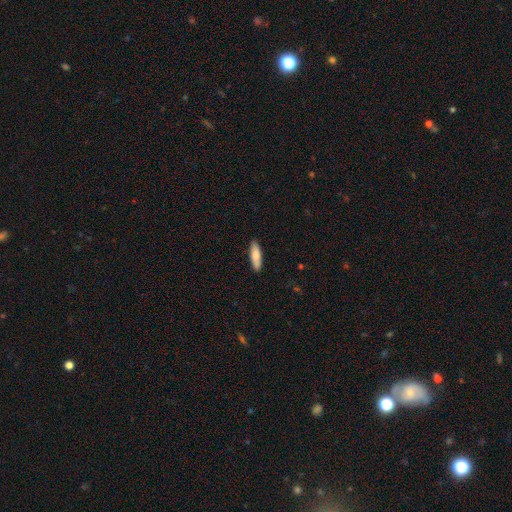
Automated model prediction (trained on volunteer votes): Morphology: type=smooth (79%); roundness=cigar-shaped (58%); merging=none (89%).